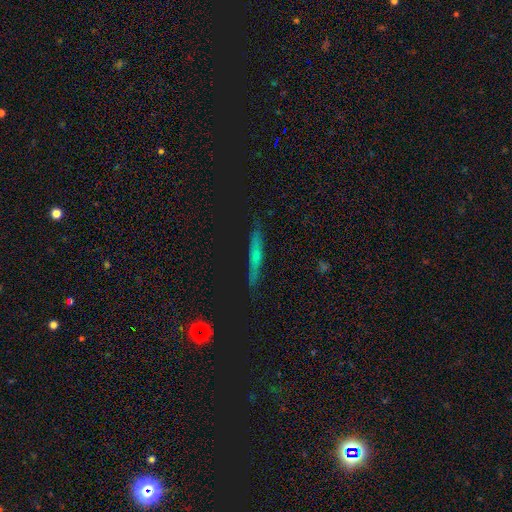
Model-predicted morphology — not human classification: type=smooth (45%, tied with featured or disk); merging=none (88%).